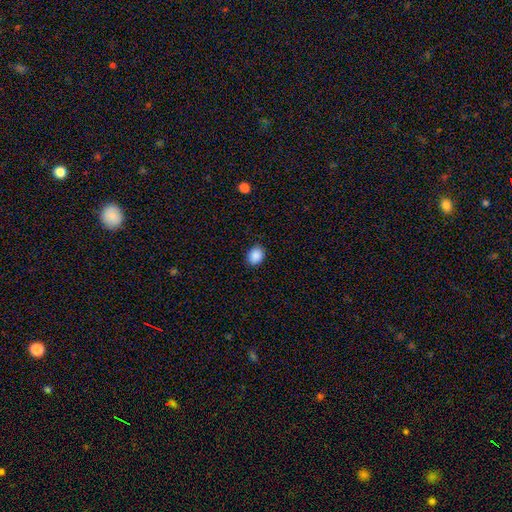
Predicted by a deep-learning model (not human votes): A smooth galaxy with no disk features (89%) that is in between round and cigar-shaped (56%). Merging: none (88%).